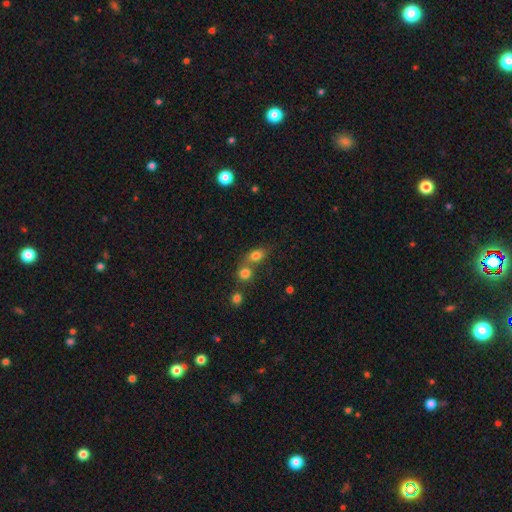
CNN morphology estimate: This appears to be a smooth galaxy with no disk features (79%) that is in between round and cigar-shaped (64%). Merging: merger (44%).